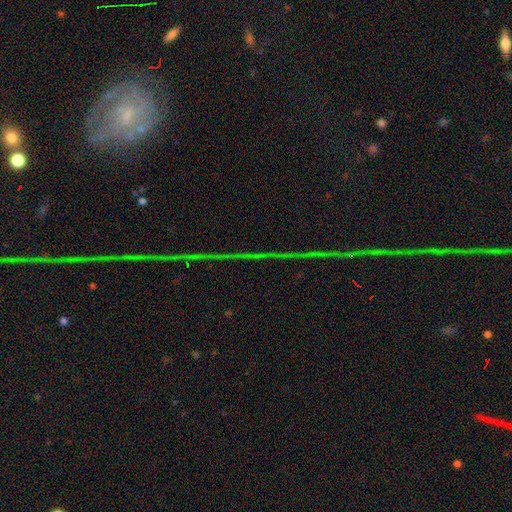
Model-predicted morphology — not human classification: Q: Smooth or featured?
A: star or artifact (71%); runner-up: featured or disk (18%)